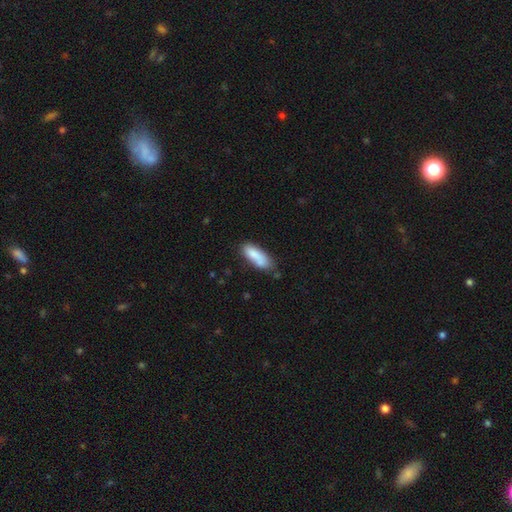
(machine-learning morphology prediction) smooth_or_featured: smooth (p=0.82) [alt: featured or disk p=0.11]
how_rounded: in between (p=0.62) [alt: cigar-shaped p=0.36]
merging: none (p=0.59) [alt: minor disturbance p=0.25]